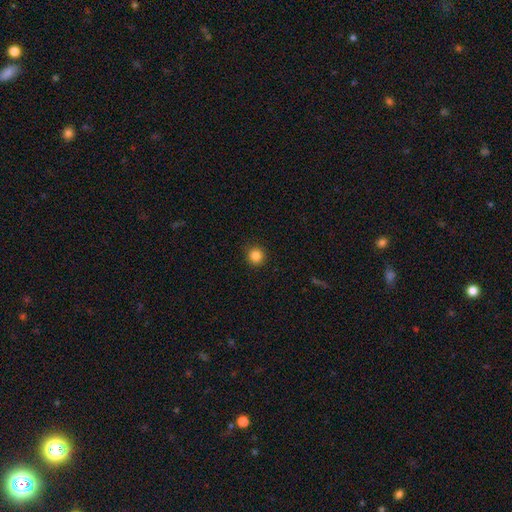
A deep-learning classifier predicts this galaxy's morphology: Overall: smooth (85%). How rounded: round (94%). Merging: none (92%).